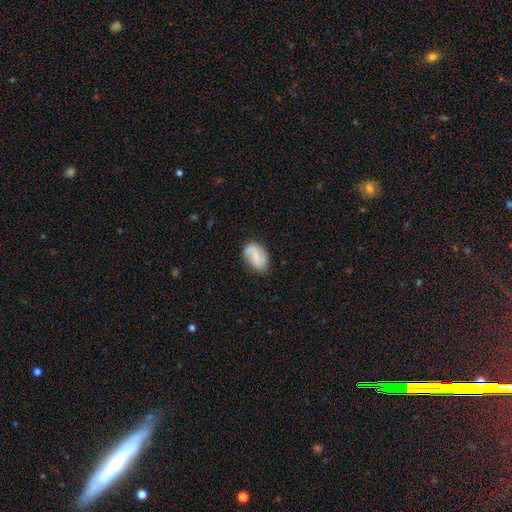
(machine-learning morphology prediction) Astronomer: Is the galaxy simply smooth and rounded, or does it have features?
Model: featured or disk — 52% (runner-up: smooth, 41%).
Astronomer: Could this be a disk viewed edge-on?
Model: no — 97%.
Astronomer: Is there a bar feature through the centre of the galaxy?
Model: weak — 44% (runner-up: no, 43%).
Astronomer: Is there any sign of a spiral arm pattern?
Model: yes — 87%.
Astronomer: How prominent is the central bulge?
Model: small — 54%.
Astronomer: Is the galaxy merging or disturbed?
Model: none — 72%.